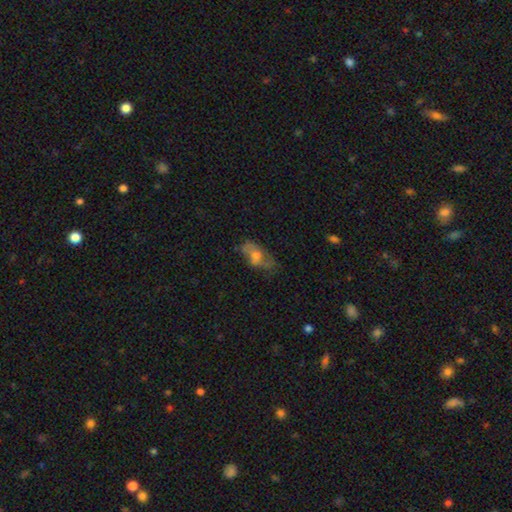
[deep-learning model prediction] Smooth or featured?
  - featured or disk: 50% *
  - smooth: 41%
  - star or artifact: 9%
Edge-on disk?
  - no: 89% *
  - yes: 11%
Merging?
  - none: 57% *
  - minor disturbance: 25%
  - major disturbance: 15%
  - merger: 2%